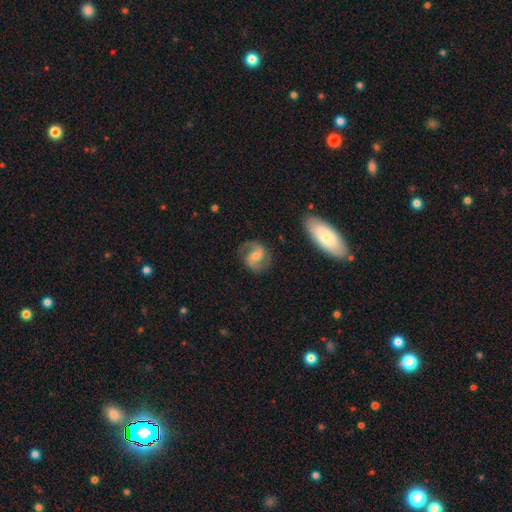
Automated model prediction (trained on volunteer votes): smooth_or_featured: featured or disk (p=0.75) [alt: smooth p=0.19]
disk_edge_on: no (p=0.97) [alt: yes p=0.03]
bar: weak (p=0.51) [alt: no p=0.28]
has_spiral_arms: yes (p=0.94) [alt: no p=0.06]
spiral_winding: medium (p=0.51) [alt: loose p=0.34]
spiral_arm_count: 2 (p=0.84) [alt: 1 p=0.09]
bulge_size: moderate (p=0.48) [alt: small p=0.41]
merging: none (p=0.74) [alt: minor disturbance p=0.16]